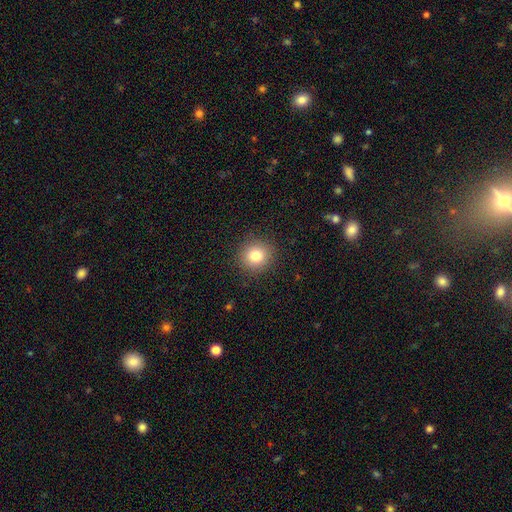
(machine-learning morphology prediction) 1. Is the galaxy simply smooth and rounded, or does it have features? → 80% smooth, 12% star or artifact, 8% featured or disk.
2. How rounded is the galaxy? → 92% round, 7% in between, 1% cigar-shaped.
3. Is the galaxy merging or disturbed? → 90% none, 7% minor disturbance, 3% major disturbance, 1% merger.